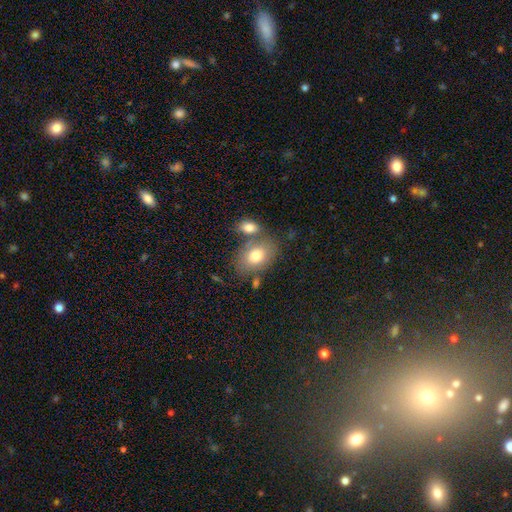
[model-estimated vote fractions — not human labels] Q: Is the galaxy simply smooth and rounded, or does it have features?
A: smooth — 75%.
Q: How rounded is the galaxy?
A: in between — 77%.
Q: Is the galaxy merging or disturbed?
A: none — 58%.